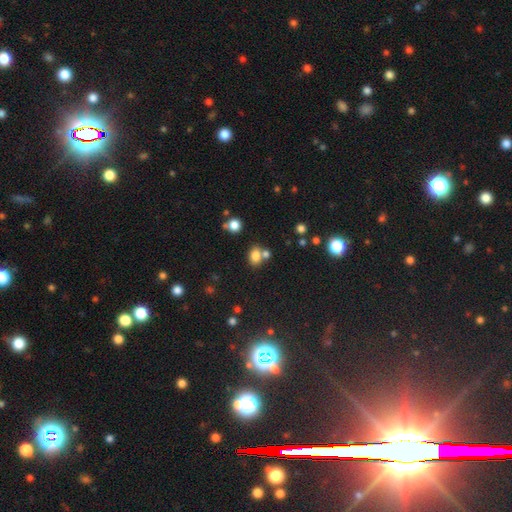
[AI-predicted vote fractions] A smooth galaxy with no disk features (79%) that is in between round and cigar-shaped (68%).

Vote fractions:
- Smooth or featured? smooth: 79% / star or artifact: 13% / featured or disk: 8%
- How rounded? in between: 68% / round: 30% / cigar-shaped: 1%
- Merging? none: 54% / merger: 31% / minor disturbance: 11% / major disturbance: 4%